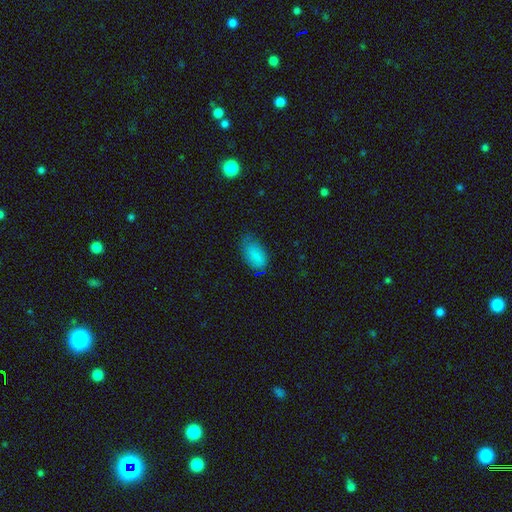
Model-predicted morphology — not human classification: Overall: smooth (84%). How rounded: in between (93%). Merging: none (60%; minor disturbance 30%).